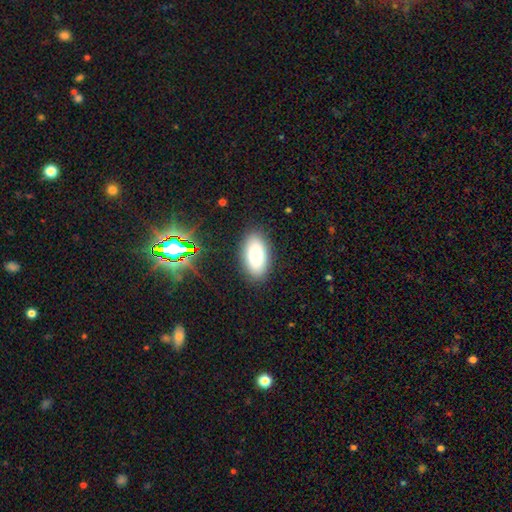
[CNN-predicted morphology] Smooth or featured: smooth — 69% (featured or disk — 20%)
How rounded: in between — 93% (round — 5%)
Merging: none — 86% (minor disturbance — 10%)